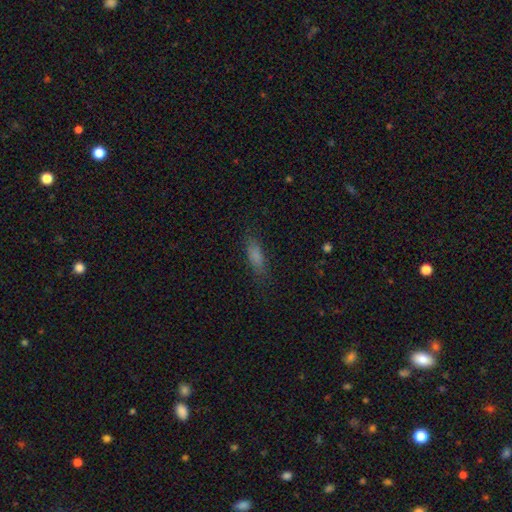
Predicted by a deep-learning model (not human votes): Smooth or featured: smooth — 79% (star or artifact — 10%)
How rounded: in between — 56% (cigar-shaped — 41%)
Merging: none — 77% (minor disturbance — 16%)